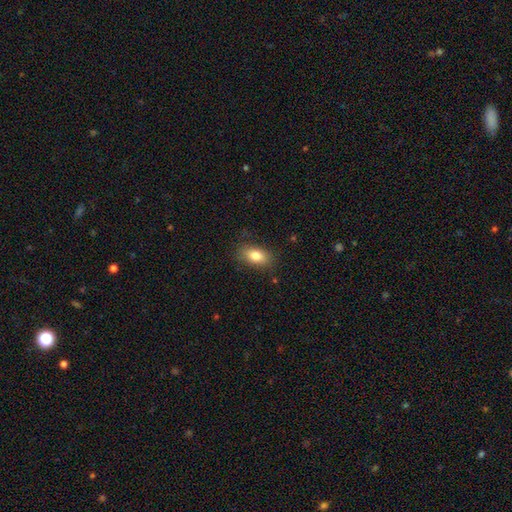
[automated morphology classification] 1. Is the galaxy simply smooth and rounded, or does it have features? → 82% smooth, 10% featured or disk, 8% star or artifact.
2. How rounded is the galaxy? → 88% in between, 8% round, 5% cigar-shaped.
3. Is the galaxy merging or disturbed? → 84% none, 12% minor disturbance, 3% major disturbance, 1% merger.